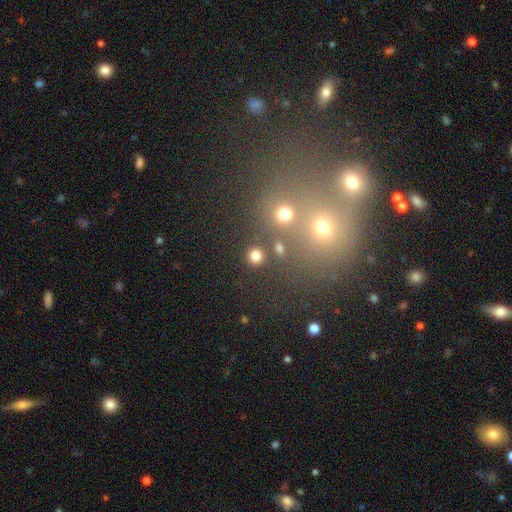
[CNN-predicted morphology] This is likely a smooth galaxy (79%). How rounded: clearly round (91%). Merging: clearly none (83%).